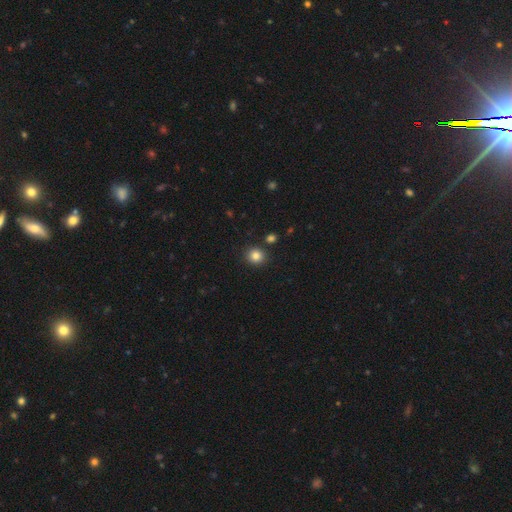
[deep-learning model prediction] Q: Smooth or featured?
A: smooth (83%); runner-up: star or artifact (11%)
Q: How rounded?
A: round (84%); runner-up: in between (15%)
Q: Merging?
A: none (87%); runner-up: minor disturbance (7%)